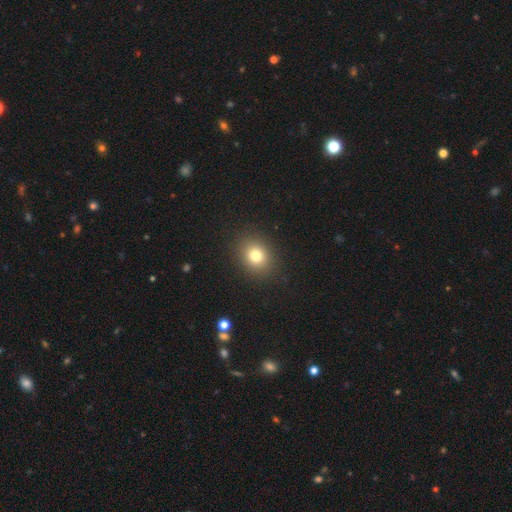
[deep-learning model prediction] This is likely a smooth galaxy (78%). How rounded: likely round (63%). Merging: clearly none (89%).